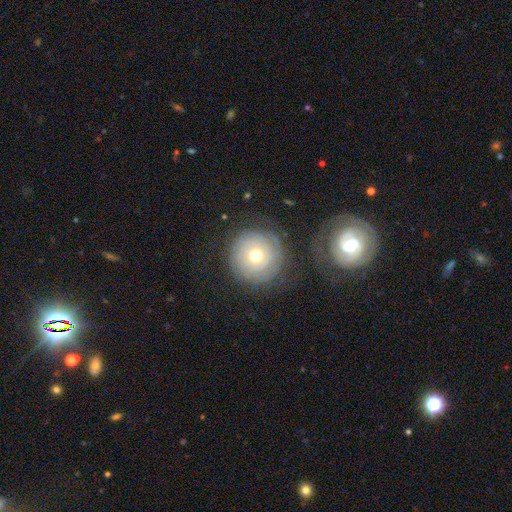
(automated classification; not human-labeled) This appears to be a smooth galaxy with no disk features (45%, tied with featured or disk). Merging: none (76%).